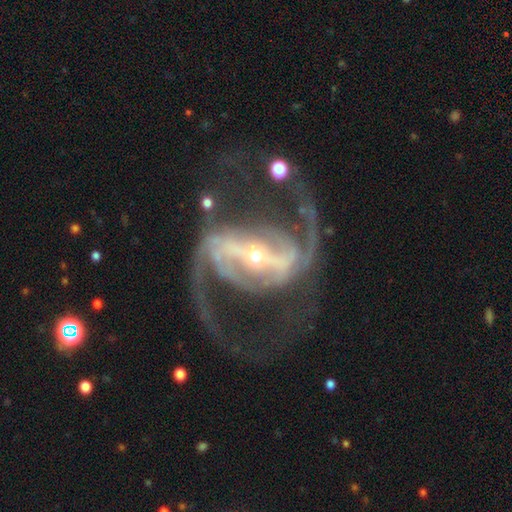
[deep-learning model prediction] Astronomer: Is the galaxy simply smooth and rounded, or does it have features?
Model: featured or disk — 93%.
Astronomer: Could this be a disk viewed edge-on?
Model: no — 97%.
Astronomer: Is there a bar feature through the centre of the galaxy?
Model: strong — 77%.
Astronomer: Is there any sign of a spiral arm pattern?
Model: yes — 98%.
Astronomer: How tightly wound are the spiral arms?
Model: medium — 55% (runner-up: loose, 32%).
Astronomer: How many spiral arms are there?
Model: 2 — 91%.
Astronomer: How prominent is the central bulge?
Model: small — 70%.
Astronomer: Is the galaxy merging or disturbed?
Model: none — 67%.